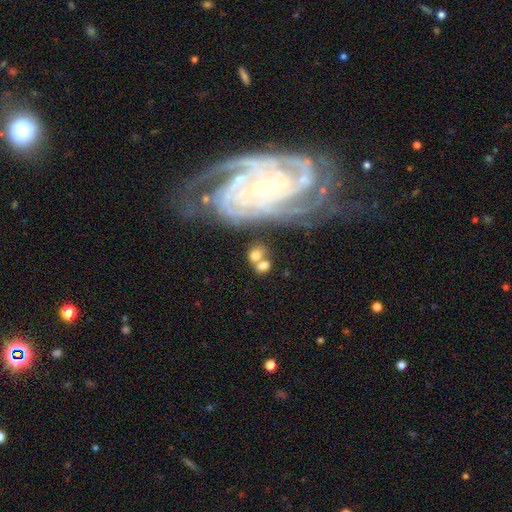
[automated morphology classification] Smooth or featured? smooth (66%)
How rounded? round (55%)
Merging? none (52%)